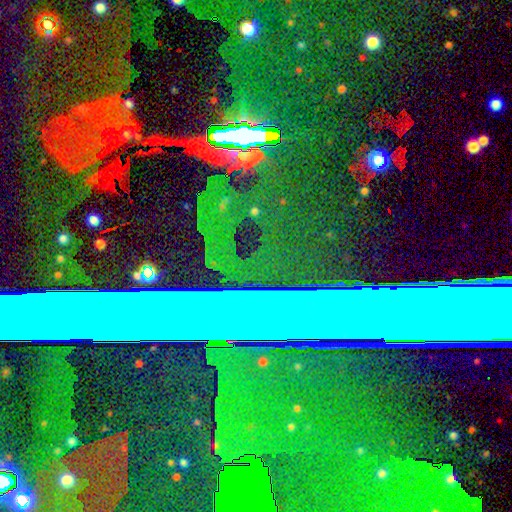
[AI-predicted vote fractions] A star or artifact, not a galaxy (80%).